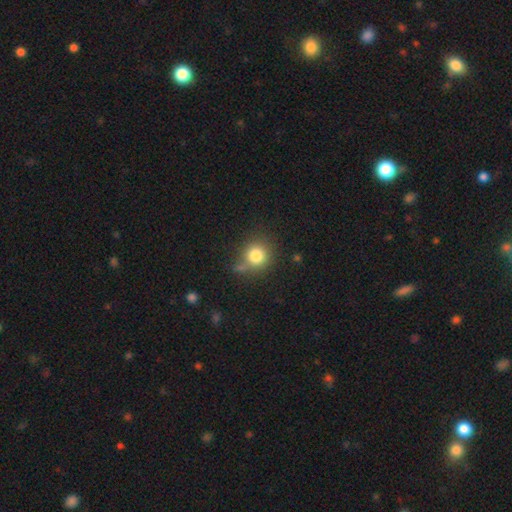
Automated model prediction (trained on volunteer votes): smooth 81%, star or artifact 11%, featured or disk 8%. Down the decision tree: how rounded — round (88%); merging — none (68%).